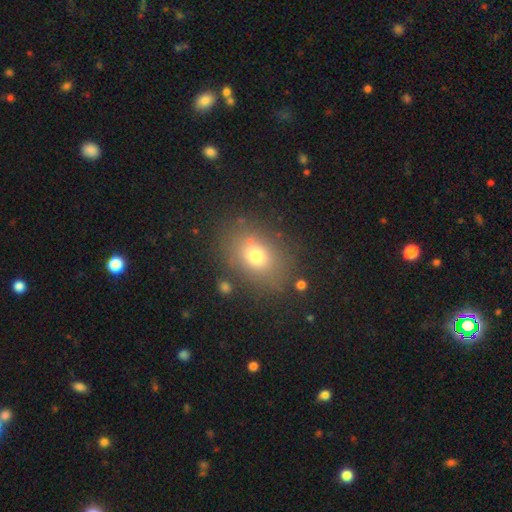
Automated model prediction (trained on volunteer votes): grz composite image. It shows a smooth galaxy with no disk features (73%) that is in between round and cigar-shaped (68%). Merging: none (80%).